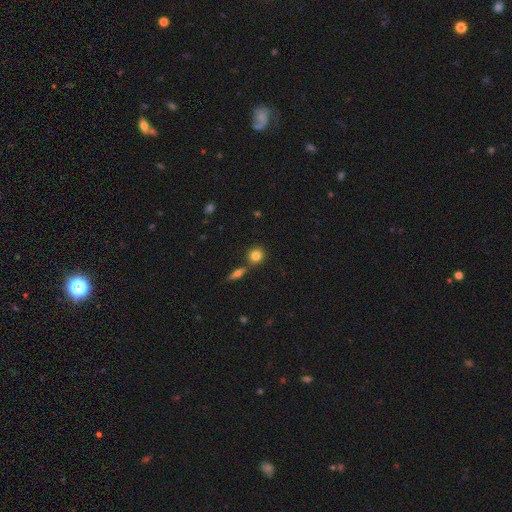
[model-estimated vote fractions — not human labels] smooth 81%, star or artifact 10%, featured or disk 9%. Down the decision tree: how rounded — round (85%); merging — none (70%).